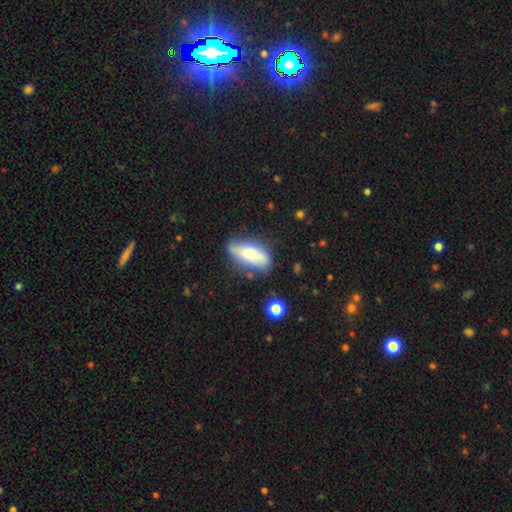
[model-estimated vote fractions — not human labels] smooth-or-featured: smooth: 70% | featured or disk: 23% | star or artifact: 7%
  how-rounded: in between: 71% | cigar-shaped: 26% | round: 3%
  merging: none: 66% | minor disturbance: 23% | major disturbance: 7% | merger: 5%